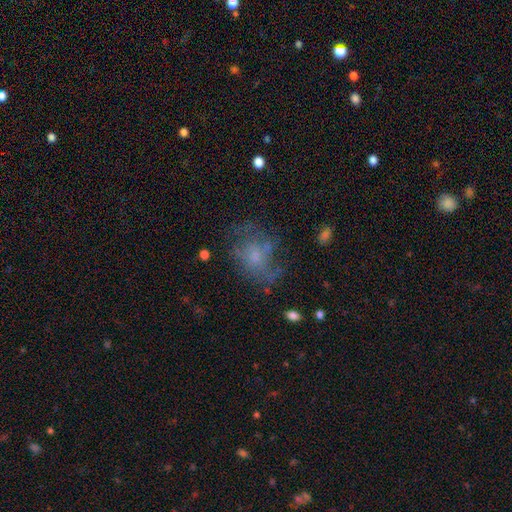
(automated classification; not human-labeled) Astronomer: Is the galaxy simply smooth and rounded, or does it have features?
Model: smooth — 45% (runner-up: featured or disk, 40%).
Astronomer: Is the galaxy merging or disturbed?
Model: none — 46% (runner-up: major disturbance, 27%).